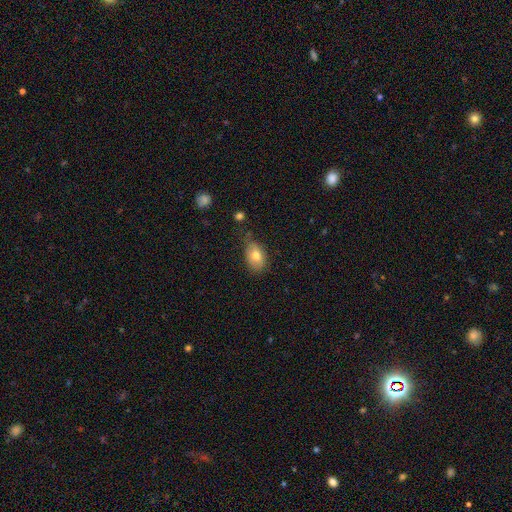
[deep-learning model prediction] Overall: smooth (75%). How rounded: in between (87%). Merging: none (61%; minor disturbance 31%).